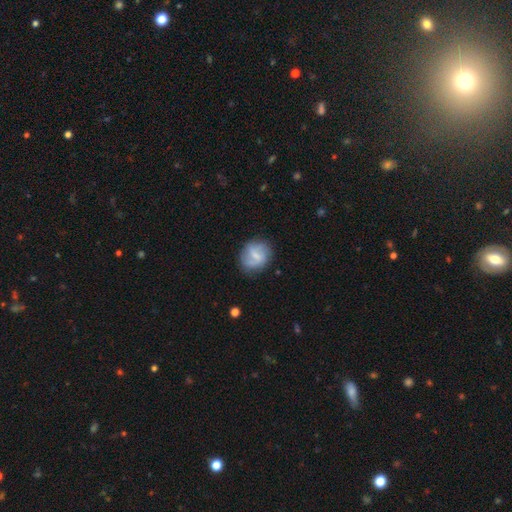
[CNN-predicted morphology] A featured or disk galaxy (56%) with a weak bar (55%), spiral arms (81%) and a small central bulge (46%). Merging: none (74%).